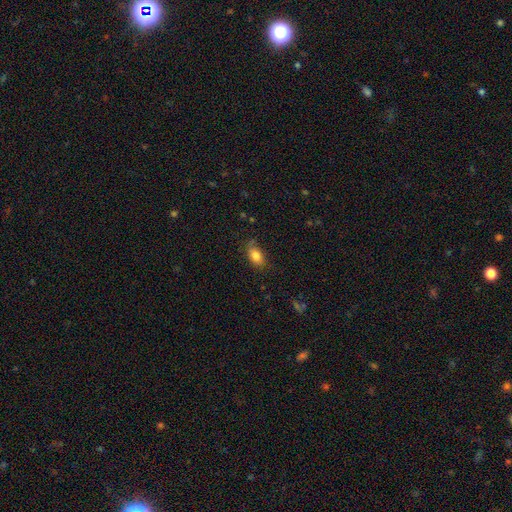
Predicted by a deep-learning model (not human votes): smooth 83%, featured or disk 8%, star or artifact 8%. Down the decision tree: how rounded — in between (89%); merging — none (73%).